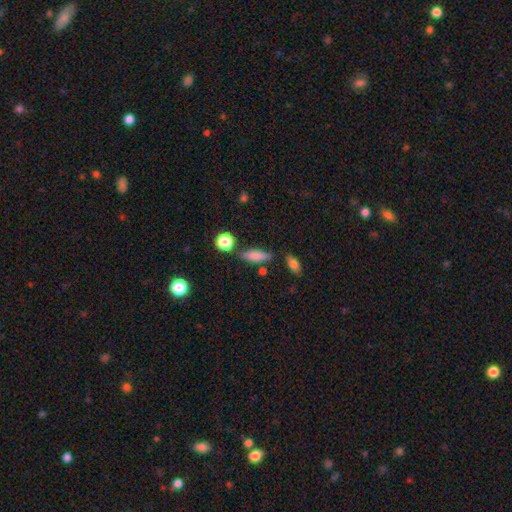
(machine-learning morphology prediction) smooth_or_featured: smooth (p=0.73) [alt: featured or disk p=0.18]
how_rounded: cigar-shaped (p=0.54) [alt: in between p=0.41]
merging: none (p=0.75) [alt: minor disturbance p=0.14]